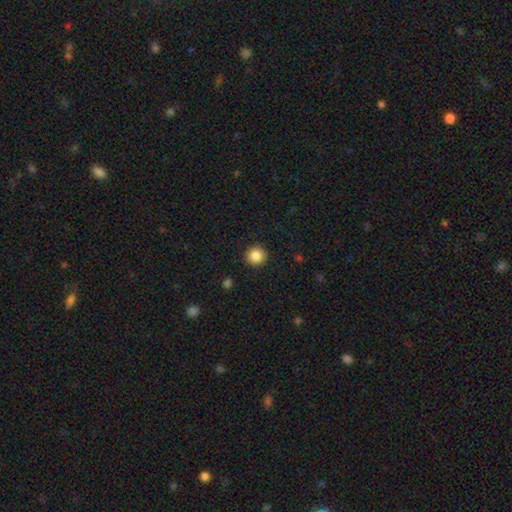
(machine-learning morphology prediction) A smooth galaxy with no disk features (86%) that is round (95%).

Vote fractions:
- Smooth or featured? smooth: 86% / star or artifact: 9% / featured or disk: 4%
- How rounded? round: 95% / in between: 4% / cigar-shaped: 1%
- Merging? none: 92% / minor disturbance: 5% / major disturbance: 2% / merger: 1%